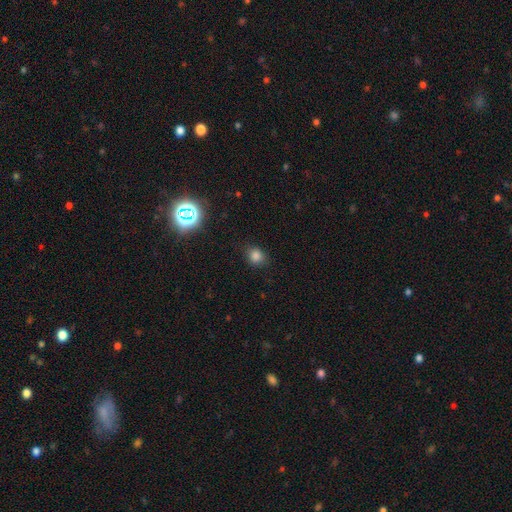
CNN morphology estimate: smooth-or-featured: smooth: 79% | star or artifact: 16% | featured or disk: 5%
  how-rounded: round: 70% | in between: 29% | cigar-shaped: 1%
  merging: none: 82% | minor disturbance: 13% | major disturbance: 4% | merger: 1%